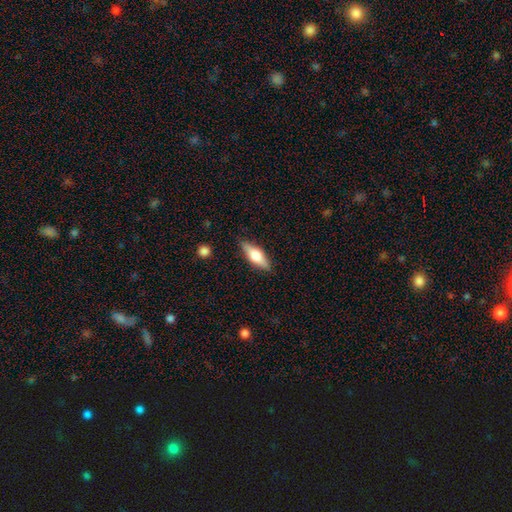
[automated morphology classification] This appears to be a smooth galaxy with no disk features (50%) that is in between round and cigar-shaped (58%). Merging: none (86%).